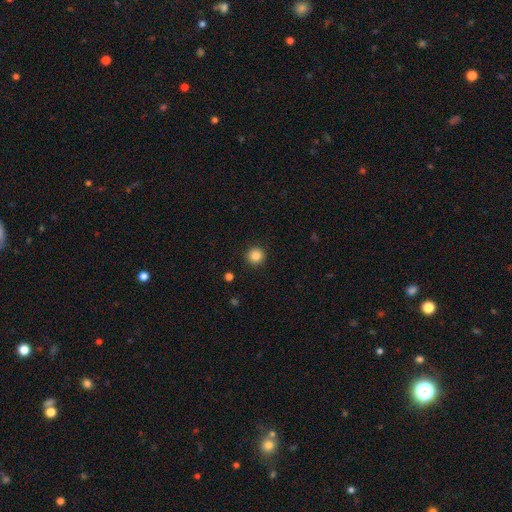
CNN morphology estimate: Q: Smooth or featured?
A: smooth (86%); runner-up: star or artifact (10%)
Q: How rounded?
A: round (95%); runner-up: in between (4%)
Q: Merging?
A: none (92%); runner-up: minor disturbance (5%)